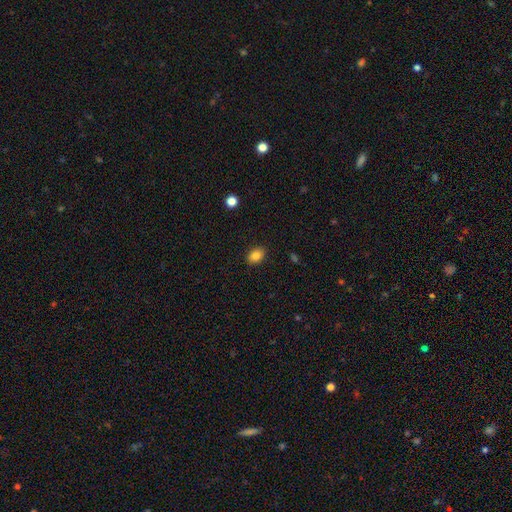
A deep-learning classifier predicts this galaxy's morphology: smooth 84%, star or artifact 9%, featured or disk 6%. Down the decision tree: how rounded — in between (75%); merging — none (89%).